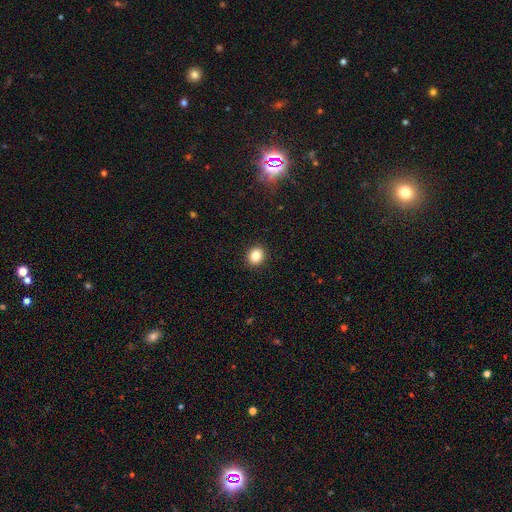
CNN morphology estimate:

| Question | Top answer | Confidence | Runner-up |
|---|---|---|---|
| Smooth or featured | smooth | 85% | star or artifact (10%) |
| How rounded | round | 76% | in between (23%) |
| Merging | none | 92% | minor disturbance (5%) |